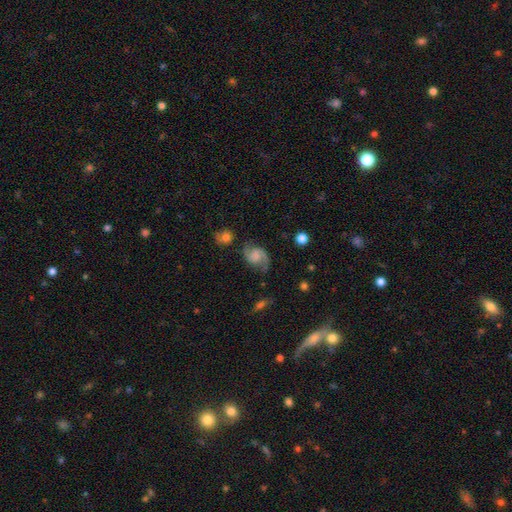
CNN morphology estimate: Overall: featured or disk (82%). Edge-on disk: no (98%). Bar: no (55%; weak 38%). Spiral arms: yes (97%). Spiral arm count: 2 (93%). Spiral winding: medium (47%; loose 41%). Bulge size: none (48%; moderate 20%). Merging: none (74%).